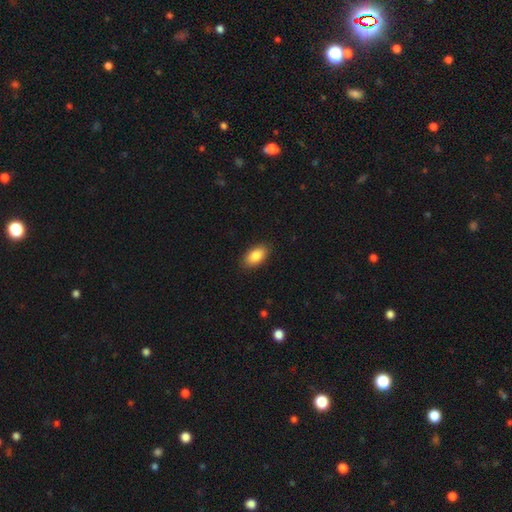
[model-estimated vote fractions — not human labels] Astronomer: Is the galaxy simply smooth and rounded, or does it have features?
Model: smooth — 87%.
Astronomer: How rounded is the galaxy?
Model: in between — 93%.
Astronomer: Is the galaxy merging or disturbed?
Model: none — 88%.